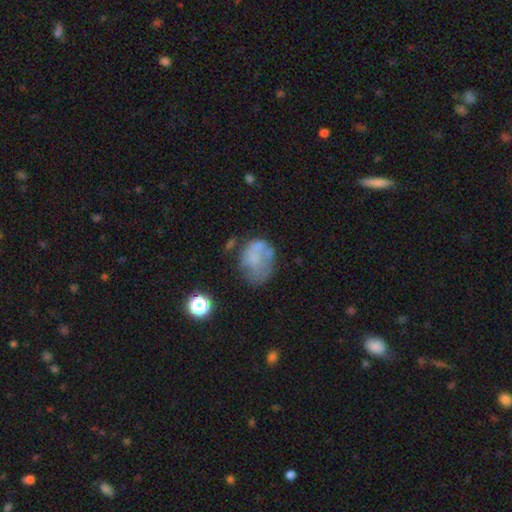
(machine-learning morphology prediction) This appears to be a smooth galaxy with no disk features (55%) that is in between round and cigar-shaped (54%). Merging: none (39%).